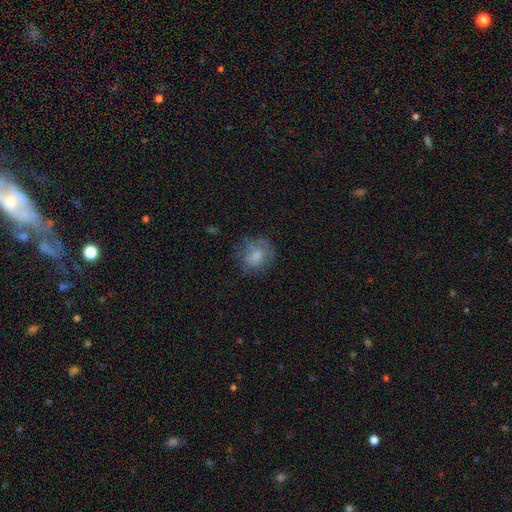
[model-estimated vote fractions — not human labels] Smooth or featured: smooth — 71% (featured or disk — 19%)
How rounded: round — 71% (in between — 28%)
Merging: none — 62% (minor disturbance — 23%)